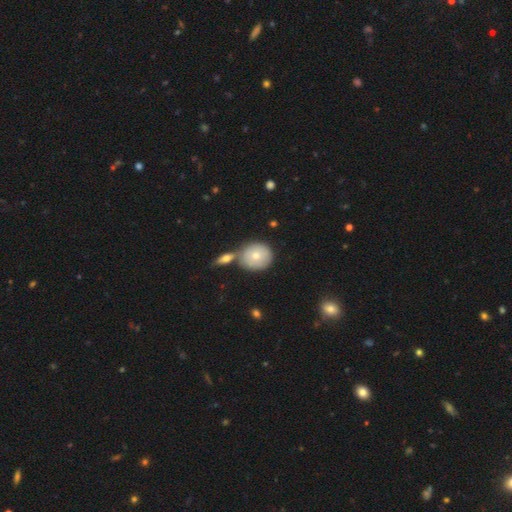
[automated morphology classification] smooth 70%, featured or disk 22%, star or artifact 8%. Down the decision tree: how rounded — round (80%); merging — none (60%).